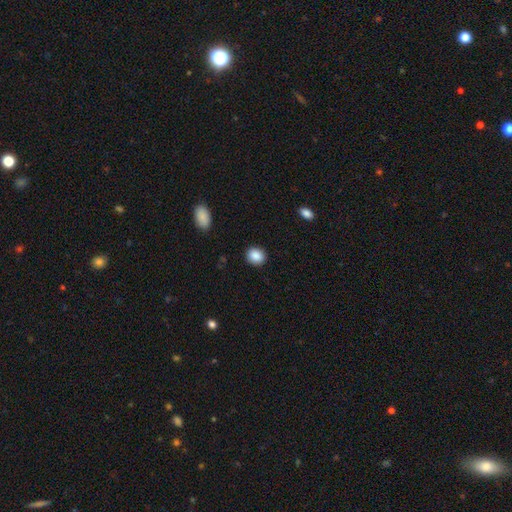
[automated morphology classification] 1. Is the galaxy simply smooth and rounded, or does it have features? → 88% smooth, 8% star or artifact, 4% featured or disk.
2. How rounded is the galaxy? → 68% round, 31% in between, 1% cigar-shaped.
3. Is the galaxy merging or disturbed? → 89% none, 7% minor disturbance, 2% major disturbance, 1% merger.